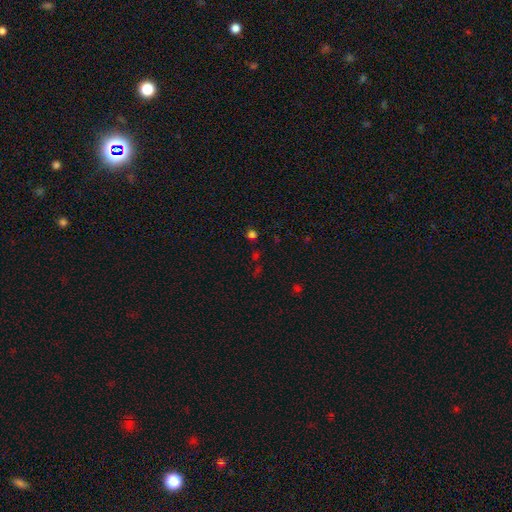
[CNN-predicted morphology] This is possibly a star or artifact rather than a galaxy (48%).